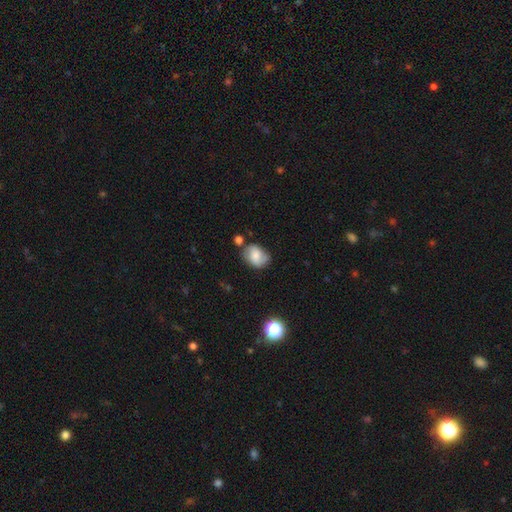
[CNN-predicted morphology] smooth-or-featured: smooth: 57% | featured or disk: 33% | star or artifact: 10%
  how-rounded: in between: 56% | round: 43% | cigar-shaped: 1%
  merging: none: 61% | minor disturbance: 24% | merger: 8% | major disturbance: 7%